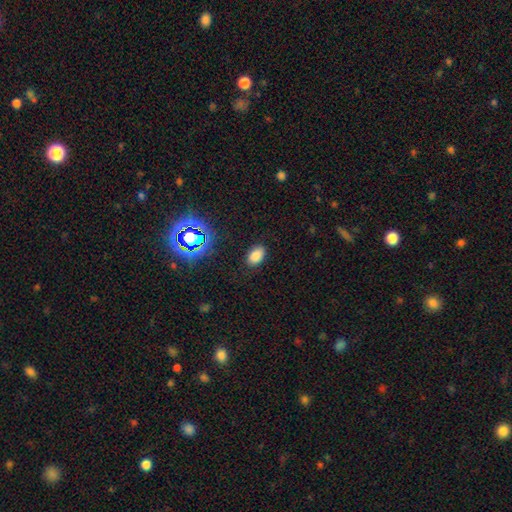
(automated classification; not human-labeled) Smooth or featured? Predicted: smooth (p=0.79). How rounded? Predicted: in between (p=0.89). Merging? Predicted: none (p=0.86).